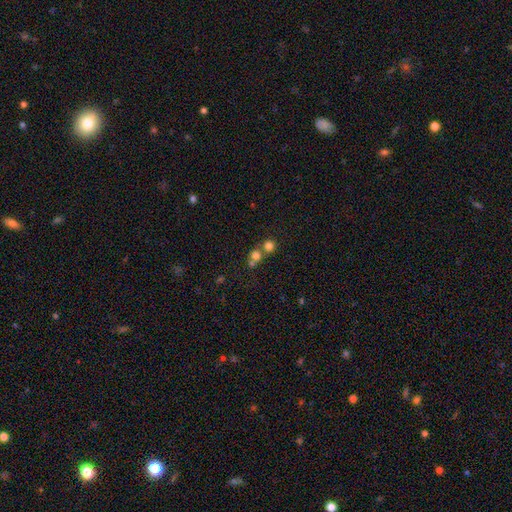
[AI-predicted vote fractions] The model was most divided on "merging": merger: 46%, none: 45%, minor disturbance: 6%, major disturbance: 3%. More confident: how rounded — round (86%); smooth or featured — smooth (72%).